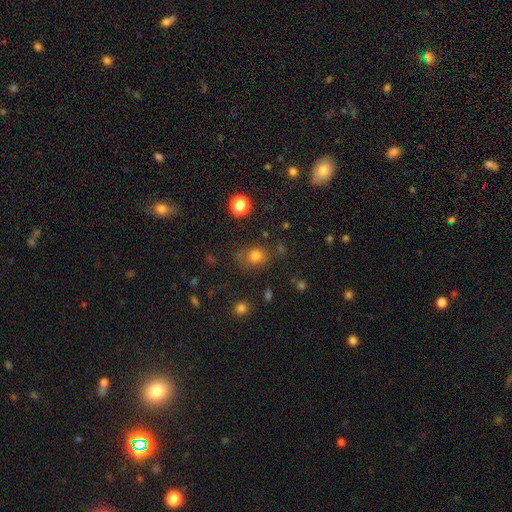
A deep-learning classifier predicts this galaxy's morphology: type=smooth (76%); roundness=round (64%); merging=none (71%).